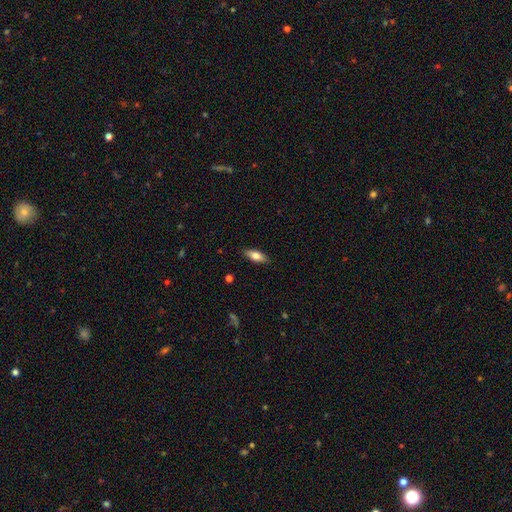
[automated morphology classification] The model was most divided on "how rounded": in between: 75%, cigar-shaped: 23%, round: 3%. More confident: merging — none (88%); smooth or featured — smooth (73%).